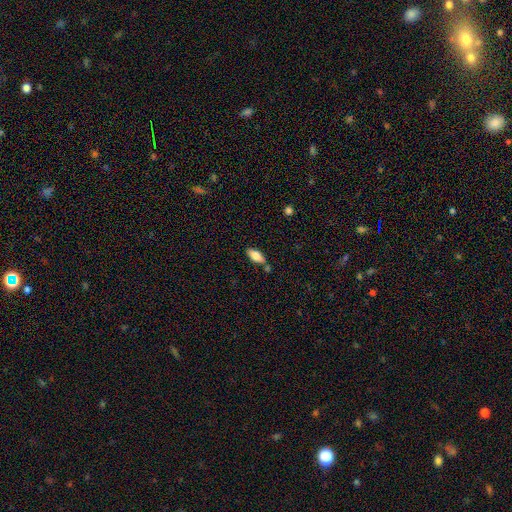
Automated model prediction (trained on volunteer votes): A smooth galaxy with no disk features (75%) that is in between round and cigar-shaped (83%). Merging: none (72%).